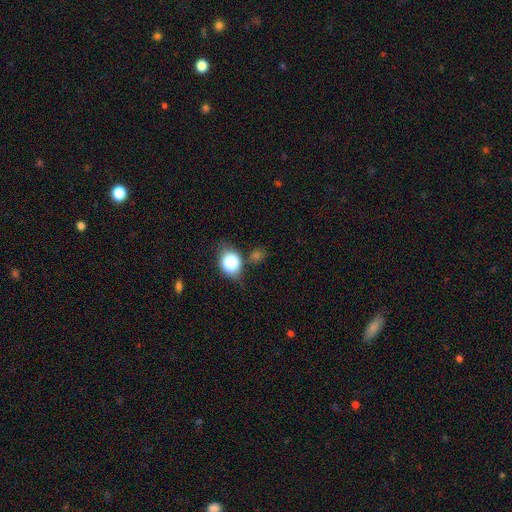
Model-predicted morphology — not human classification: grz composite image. It shows a smooth galaxy with no disk features (77%) that is round (59%). Merging: none (64%).